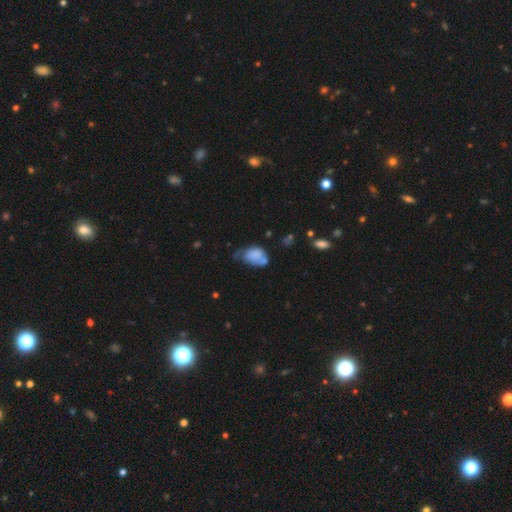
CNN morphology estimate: type=smooth (71%); roundness=in between (84%); merging=minor disturbance (36%).